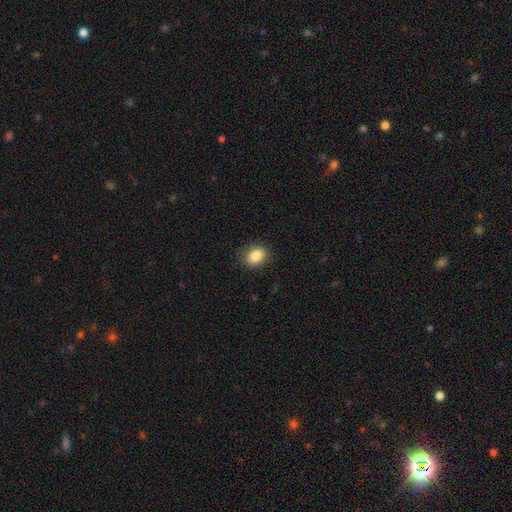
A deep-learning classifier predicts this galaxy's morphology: A smooth galaxy with no disk features (86%) that is in between round and cigar-shaped (62%).

Vote fractions:
- Smooth or featured? smooth: 86% / star or artifact: 8% / featured or disk: 5%
- How rounded? in between: 62% / round: 36% / cigar-shaped: 1%
- Merging? none: 83% / minor disturbance: 13% / major disturbance: 3% / merger: 1%